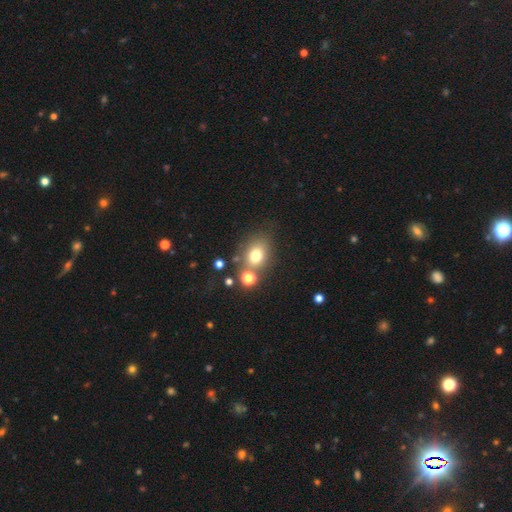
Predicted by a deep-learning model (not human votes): smooth_or_featured: smooth (p=0.73) [alt: star or artifact p=0.14]
how_rounded: in between (p=0.51) [alt: round p=0.48]
merging: none (p=0.62) [alt: merger p=0.18]